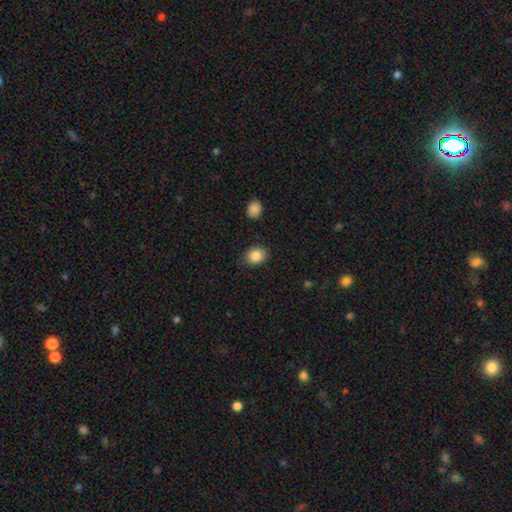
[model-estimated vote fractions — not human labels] Smooth or featured? smooth (86%)
How rounded? round (51%)
Merging? none (85%)